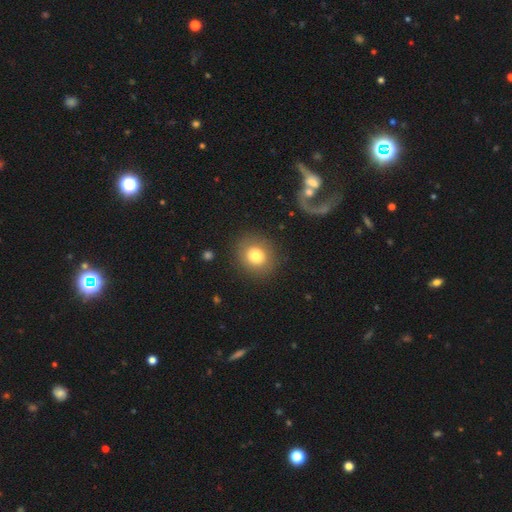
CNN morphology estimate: type=smooth (76%); roundness=round (82%); merging=none (86%).